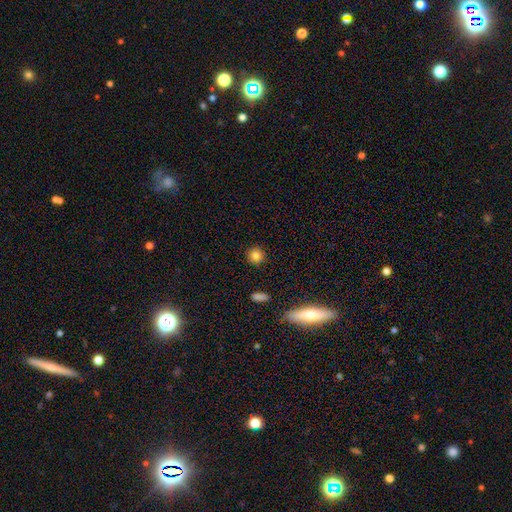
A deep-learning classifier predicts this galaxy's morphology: Smooth or featured: smooth — 84% (star or artifact — 11%)
How rounded: round — 90% (in between — 8%)
Merging: none — 90% (minor disturbance — 7%)